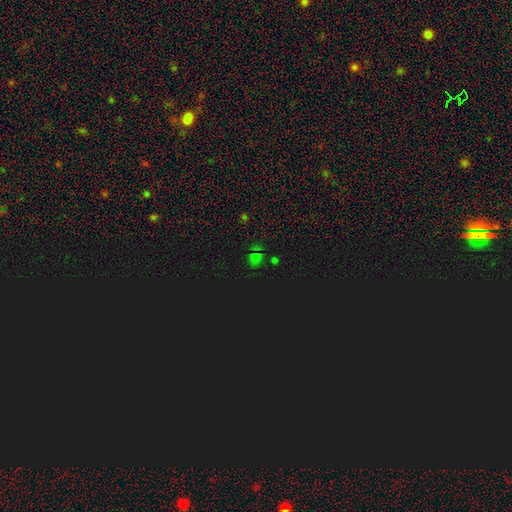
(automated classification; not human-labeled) Smooth or featured: star or artifact — 62% (smooth — 32%)